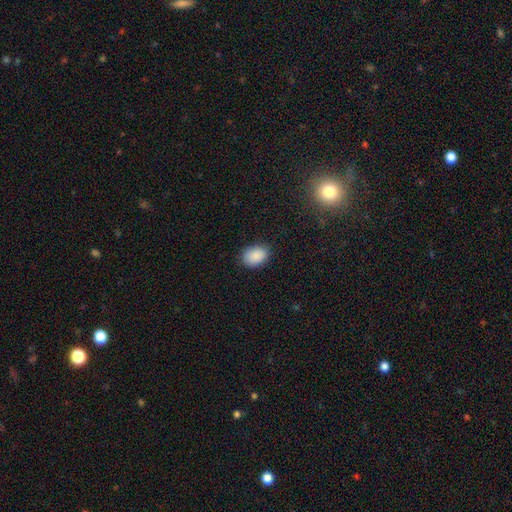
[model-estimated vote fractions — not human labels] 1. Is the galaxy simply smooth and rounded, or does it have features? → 89% smooth, 8% star or artifact, 4% featured or disk.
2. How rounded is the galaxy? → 78% in between, 21% round, 1% cigar-shaped.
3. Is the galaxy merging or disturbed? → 82% none, 14% minor disturbance, 3% major disturbance, 1% merger.